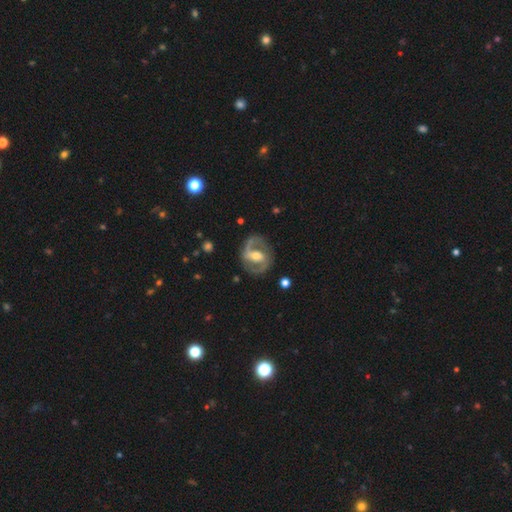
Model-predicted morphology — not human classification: Smooth or featured? Predicted: featured or disk (p=0.86). Edge-on disk? Predicted: no (p=0.97). Bar? Predicted: weak (p=0.42). Spiral arms? Predicted: yes (p=0.93). Spiral winding? Predicted: medium (p=0.57). Spiral arm count? Predicted: 2 (p=0.91). Bulge size? Predicted: moderate (p=0.68). Merging? Predicted: none (p=0.82).